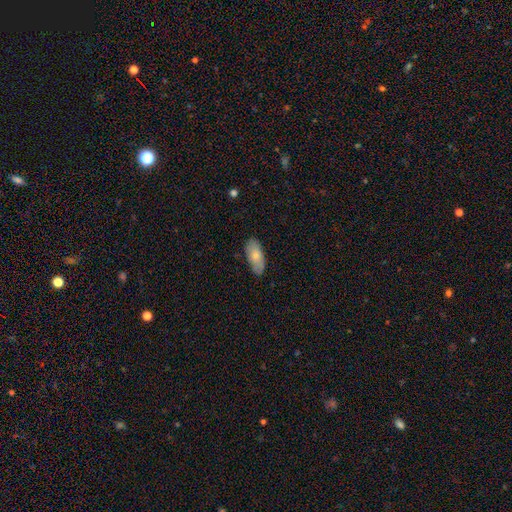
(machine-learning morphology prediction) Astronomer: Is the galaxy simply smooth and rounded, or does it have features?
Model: smooth — 76%.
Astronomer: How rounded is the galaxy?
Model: in between — 88%.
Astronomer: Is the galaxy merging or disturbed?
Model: none — 81%.